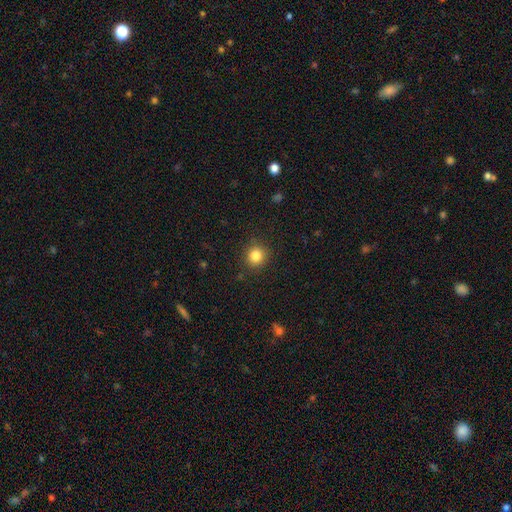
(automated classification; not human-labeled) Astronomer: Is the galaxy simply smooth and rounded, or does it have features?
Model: smooth — 84%.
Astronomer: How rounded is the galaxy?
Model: round — 90%.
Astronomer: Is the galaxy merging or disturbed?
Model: none — 89%.